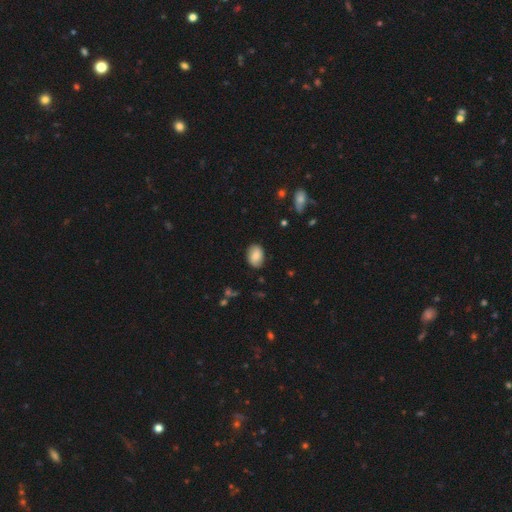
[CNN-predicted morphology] A smooth galaxy with no disk features (80%) that is in between round and cigar-shaped (80%). Merging: none (82%).